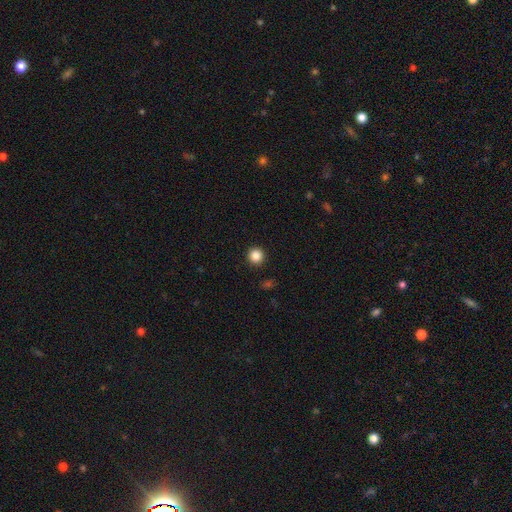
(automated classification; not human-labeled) This appears to be a smooth galaxy with no disk features (86%) that is round (96%). Merging: none (93%).